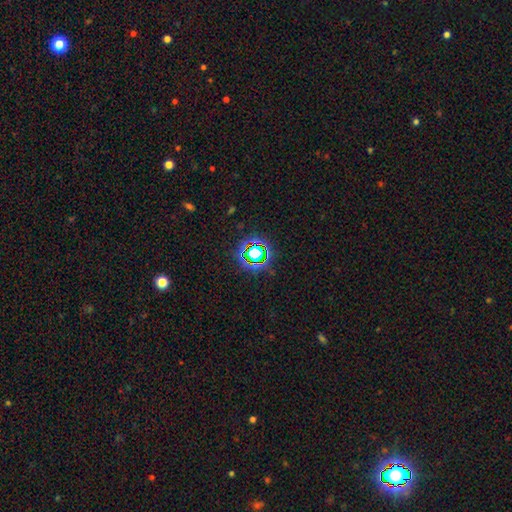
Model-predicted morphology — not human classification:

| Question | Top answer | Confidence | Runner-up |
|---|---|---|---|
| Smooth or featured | star or artifact | 69% | smooth (20%) |